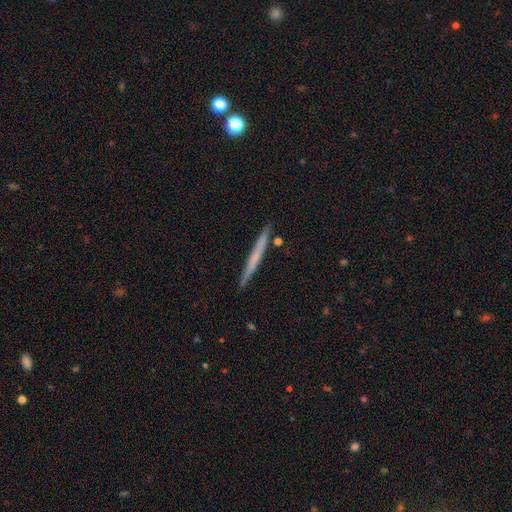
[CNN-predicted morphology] A smooth galaxy with no disk features (51%) that is cigar-shaped (97%).

Vote fractions:
- Smooth or featured? smooth: 51% / featured or disk: 44% / star or artifact: 6%
- How rounded? cigar-shaped: 97% / in between: 2% / round: 1%
- Merging? none: 90% / minor disturbance: 7% / merger: 2% / major disturbance: 1%